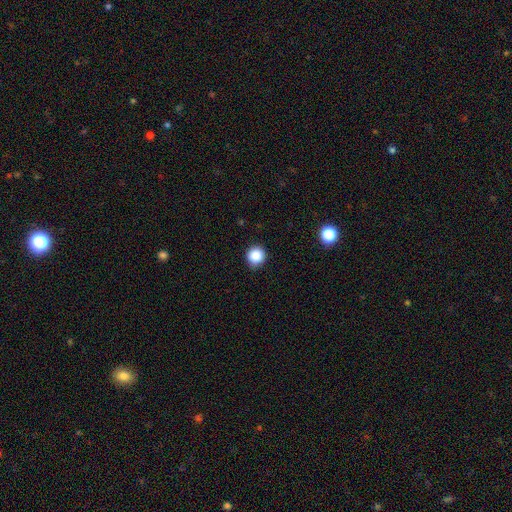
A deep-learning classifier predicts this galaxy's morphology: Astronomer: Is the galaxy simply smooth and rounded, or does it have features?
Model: smooth — 87%.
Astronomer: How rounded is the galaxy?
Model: round — 94%.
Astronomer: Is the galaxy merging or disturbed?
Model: none — 89%.